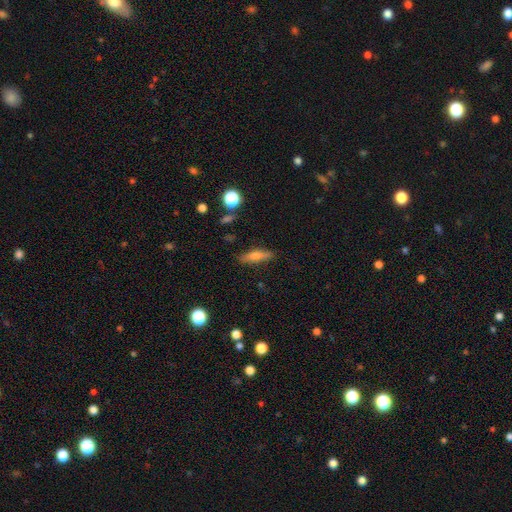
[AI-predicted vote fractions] The model was most divided on "smooth or featured": smooth: 55%, featured or disk: 35%, star or artifact: 9%. More confident: merging — none (86%); how rounded — cigar-shaped (69%).